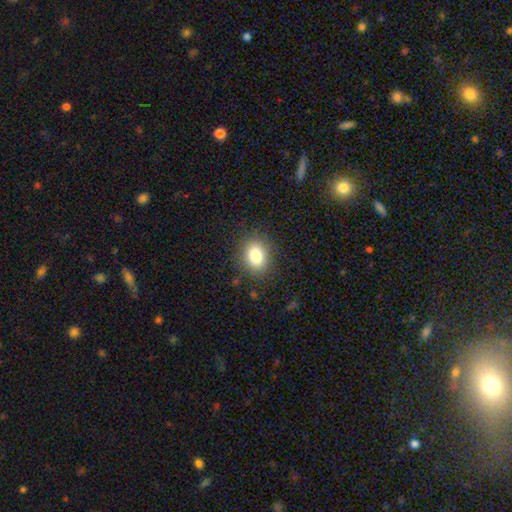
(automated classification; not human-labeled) Smooth or featured? Predicted: smooth (p=0.81). How rounded? Predicted: in between (p=0.50). Merging? Predicted: none (p=0.86).